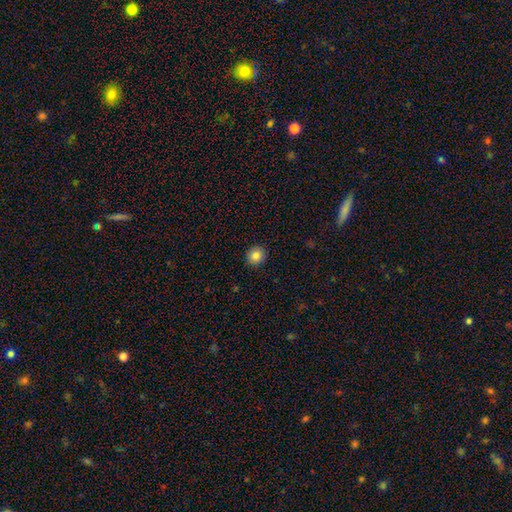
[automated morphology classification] Q: Smooth or featured?
A: smooth (84%); runner-up: star or artifact (9%)
Q: How rounded?
A: round (88%); runner-up: in between (11%)
Q: Merging?
A: none (92%); runner-up: minor disturbance (6%)